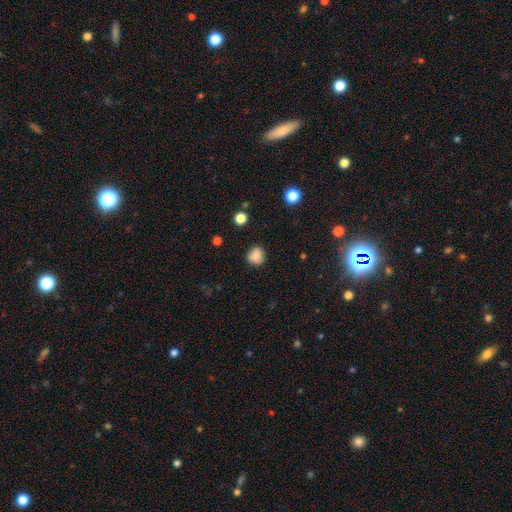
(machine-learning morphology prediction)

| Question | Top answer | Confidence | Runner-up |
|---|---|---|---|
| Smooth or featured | smooth | 84% | star or artifact (10%) |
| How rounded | round | 80% | in between (19%) |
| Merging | none | 78% | minor disturbance (16%) |